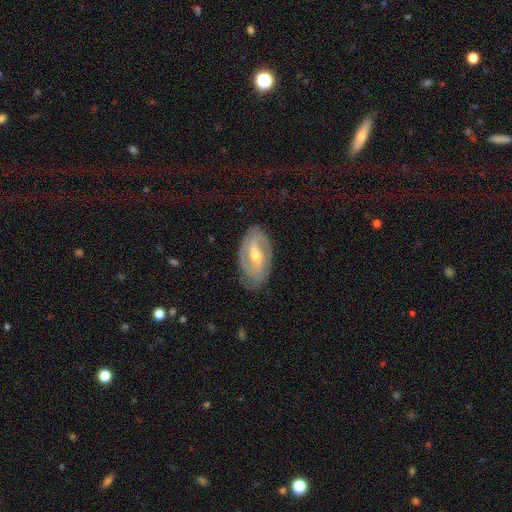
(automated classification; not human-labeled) Q: Smooth or featured?
A: featured or disk (82%); runner-up: smooth (12%)
Q: Edge-on disk?
A: no (94%); runner-up: yes (6%)
Q: Bar?
A: weak (42%); runner-up: strong (37%)
Q: Spiral arms?
A: yes (91%); runner-up: no (9%)
Q: Spiral winding?
A: tight (49%); runner-up: medium (38%)
Q: Spiral arm count?
A: 2 (76%); runner-up: can't tell (13%)
Q: Bulge size?
A: moderate (52%); runner-up: small (44%)
Q: Merging?
A: none (79%); runner-up: minor disturbance (15%)